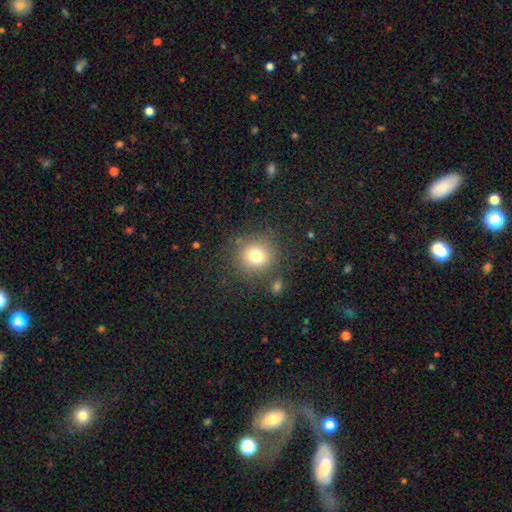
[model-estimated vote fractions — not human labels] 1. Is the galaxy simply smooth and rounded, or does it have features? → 77% smooth, 13% star or artifact, 10% featured or disk.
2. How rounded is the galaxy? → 88% round, 11% in between, 1% cigar-shaped.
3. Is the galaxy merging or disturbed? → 80% none, 10% minor disturbance, 5% merger, 5% major disturbance.